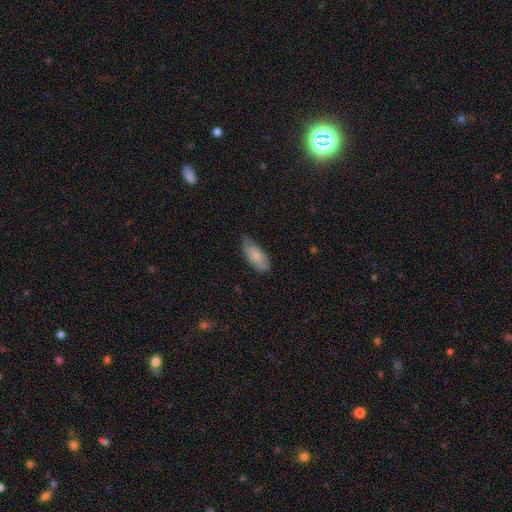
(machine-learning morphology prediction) A smooth galaxy with no disk features (79%) that is in between round and cigar-shaped (88%). Merging: none (63%).